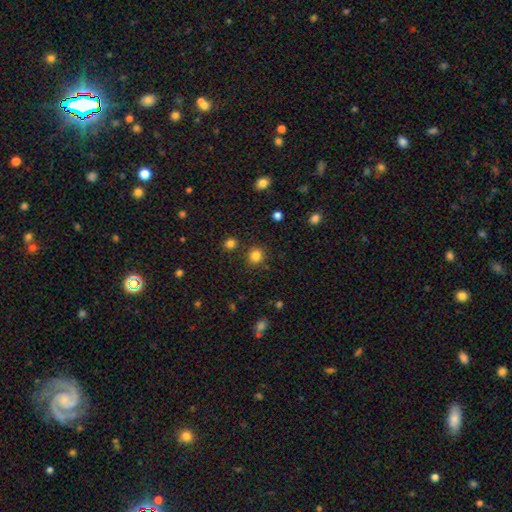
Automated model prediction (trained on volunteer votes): Smooth or featured?
  - smooth: 82% *
  - star or artifact: 13%
  - featured or disk: 4%
How rounded?
  - round: 88% *
  - in between: 11%
  - cigar-shaped: 1%
Merging?
  - none: 87% *
  - minor disturbance: 7%
  - merger: 4%
  - major disturbance: 3%